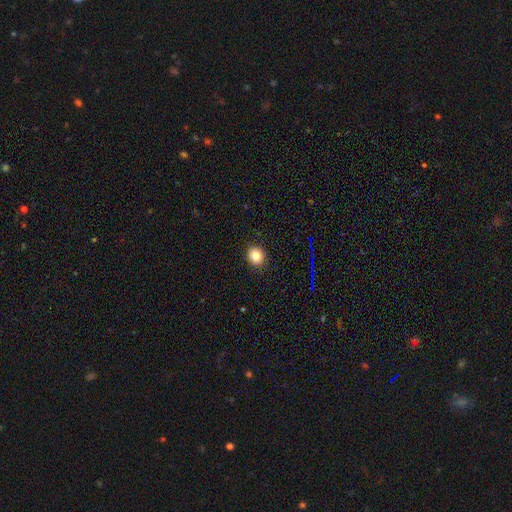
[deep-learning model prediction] A smooth galaxy with no disk features (83%) that is round (72%). Merging: none (90%).